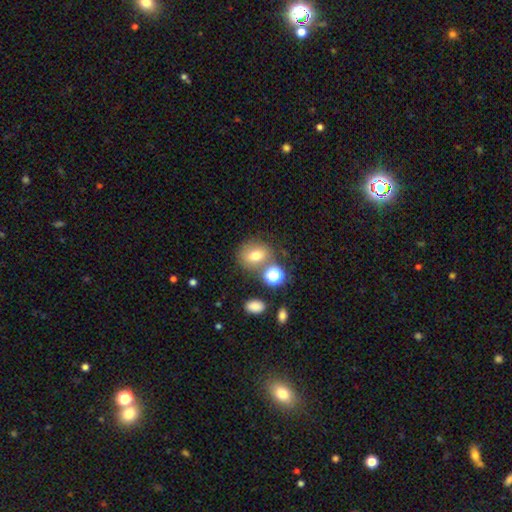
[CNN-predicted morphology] Smooth or featured? Predicted: smooth (p=0.70). How rounded? Predicted: round (p=0.56). Merging? Predicted: none (p=0.65).